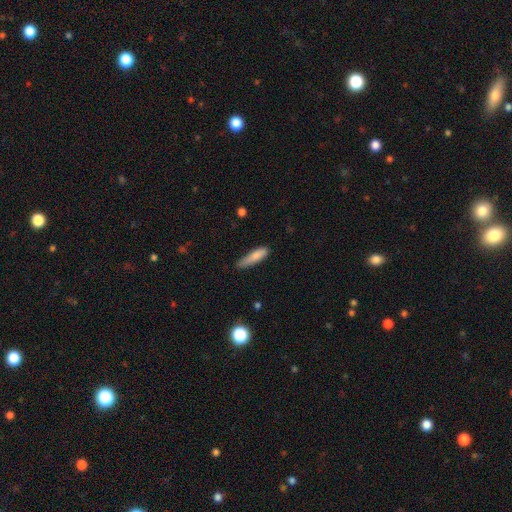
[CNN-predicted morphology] type=smooth (82%); roundness=cigar-shaped (74%); merging=none (60%).